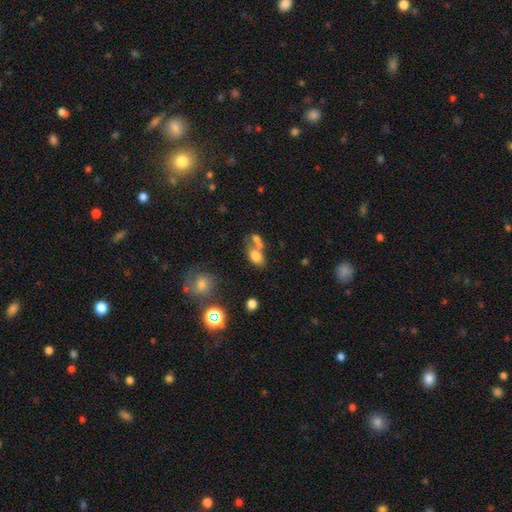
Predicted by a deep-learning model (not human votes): Smooth or featured: smooth — 75% (featured or disk — 13%)
How rounded: in between — 82% (round — 15%)
Merging: merger — 44% (none — 37%)